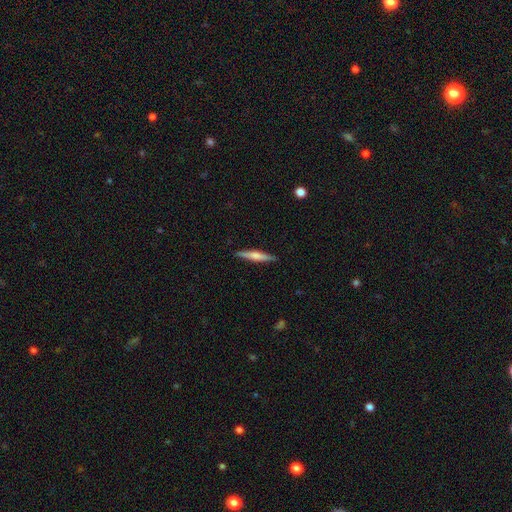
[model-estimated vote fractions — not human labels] featured or disk 49%, smooth 46%, star or artifact 6%. Down the decision tree: merging — none (90%).